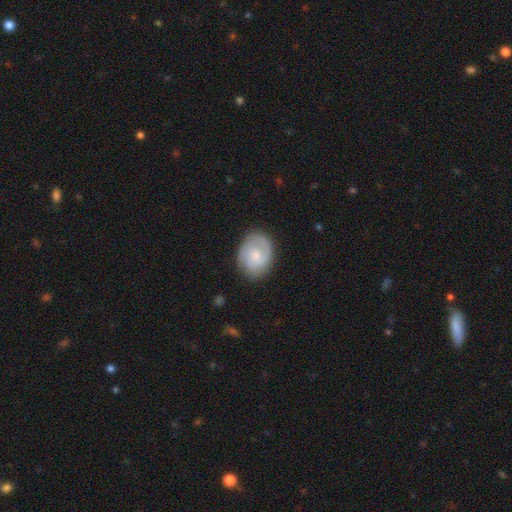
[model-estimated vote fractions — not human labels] A smooth galaxy with no disk features (49%). Merging: none (75%).